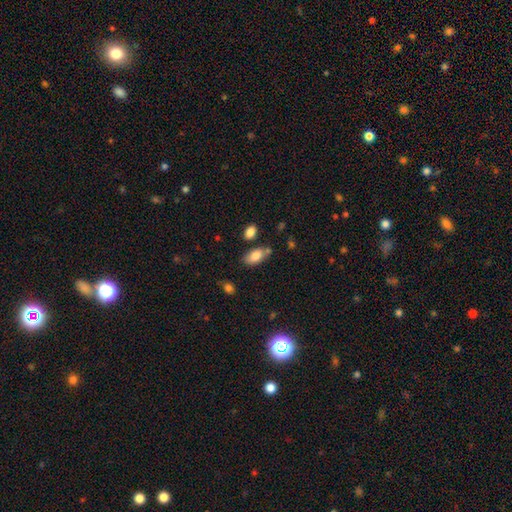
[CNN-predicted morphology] Smooth or featured?
  - smooth: 82% *
  - featured or disk: 11%
  - star or artifact: 7%
How rounded?
  - in between: 92% *
  - cigar-shaped: 5%
  - round: 4%
Merging?
  - none: 69% *
  - minor disturbance: 16%
  - merger: 11%
  - major disturbance: 4%